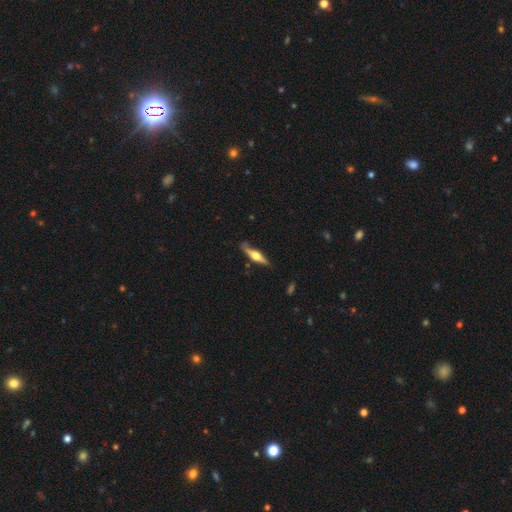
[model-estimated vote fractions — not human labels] smooth-or-featured: featured or disk: 64% | smooth: 31% | star or artifact: 5%
  disk-edge-on: yes: 93% | no: 7%
    edge-on-bulge: rounded: 89% | boxy: 8% | none: 3%
  merging: none: 75% | minor disturbance: 18% | major disturbance: 4% | merger: 2%